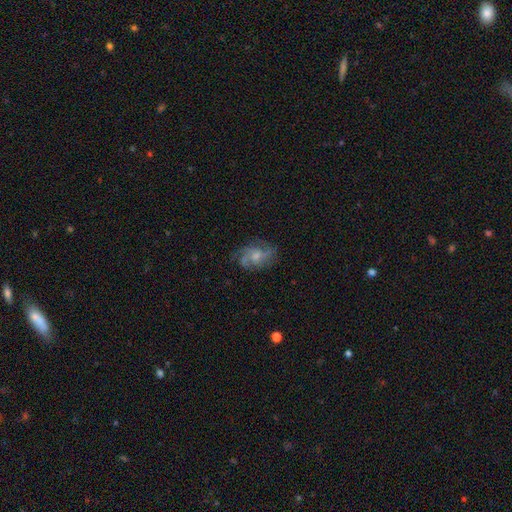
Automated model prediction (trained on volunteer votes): Smooth or featured? featured or disk (73%)
Edge-on disk? no (97%)
Bar? no (67%)
Spiral arms? yes (91%)
Spiral winding? medium (46%)
Spiral arm count? 3 (34%)
Bulge size? moderate (46%)
Merging? none (68%)